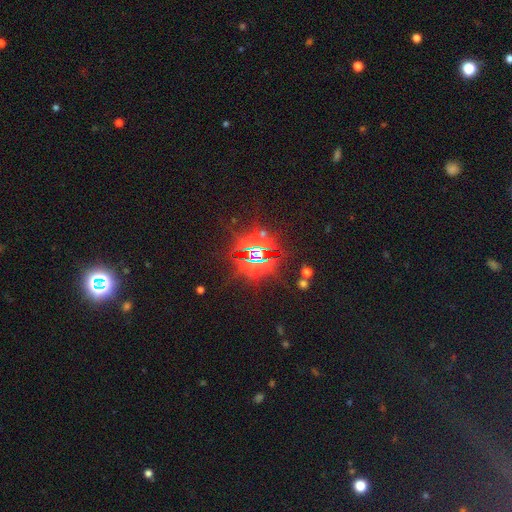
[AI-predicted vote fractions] A star or artifact, not a galaxy (83%).